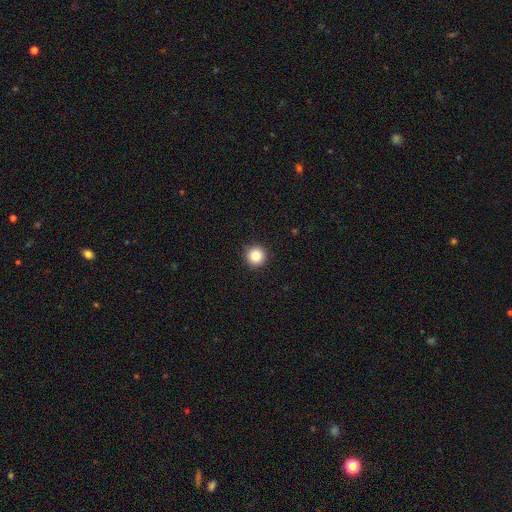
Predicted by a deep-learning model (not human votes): smooth 86%, star or artifact 10%, featured or disk 5%. Down the decision tree: how rounded — round (96%); merging — none (92%).